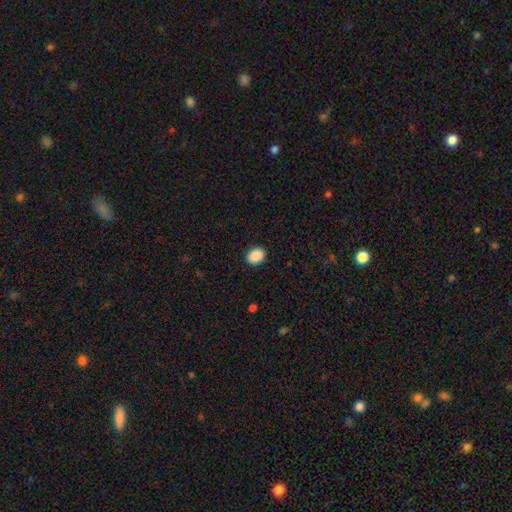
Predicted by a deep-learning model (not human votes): smooth_or_featured: smooth (p=0.90) [alt: star or artifact p=0.08]
how_rounded: in between (p=0.69) [alt: round p=0.30]
merging: none (p=0.90) [alt: minor disturbance p=0.07]